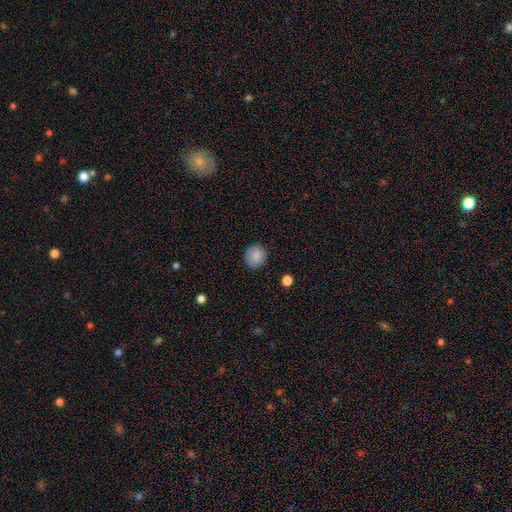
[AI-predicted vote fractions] Smooth or featured: smooth — 87% (star or artifact — 8%)
How rounded: round — 85% (in between — 14%)
Merging: none — 88% (minor disturbance — 8%)